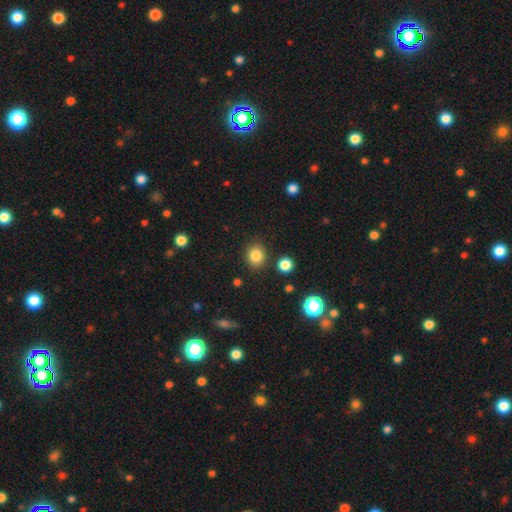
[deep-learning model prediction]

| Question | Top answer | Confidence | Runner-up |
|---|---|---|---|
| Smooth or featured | smooth | 84% | star or artifact (11%) |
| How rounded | round | 71% | in between (28%) |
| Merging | none | 85% | minor disturbance (9%) |